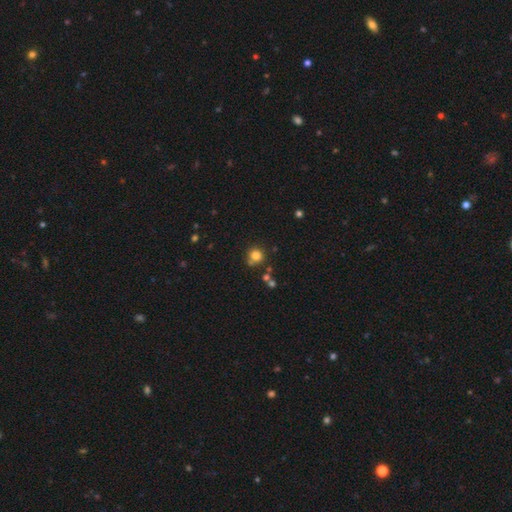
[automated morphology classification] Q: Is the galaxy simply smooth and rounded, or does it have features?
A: smooth — 80%.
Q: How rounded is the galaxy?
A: round — 91%.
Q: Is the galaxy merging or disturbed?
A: none — 72%.